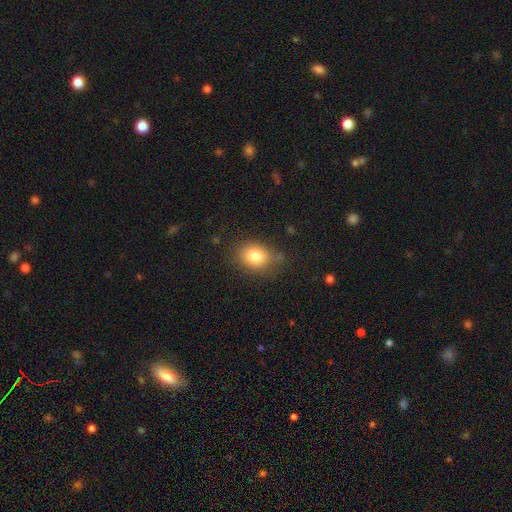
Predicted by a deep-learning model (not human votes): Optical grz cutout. It shows a smooth galaxy with no disk features (81%) that is in between round and cigar-shaped (55%). Merging: none (76%).